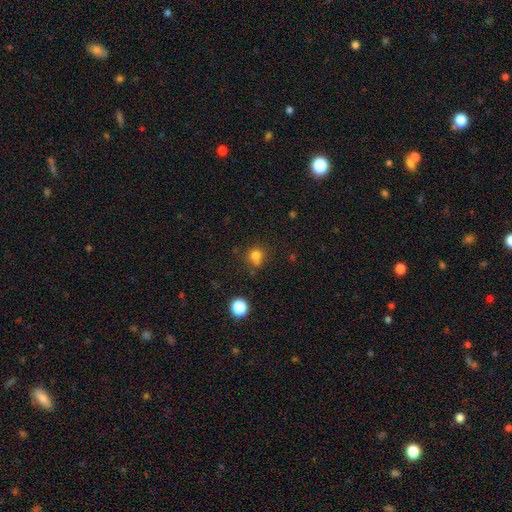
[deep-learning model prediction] smooth_or_featured: smooth (p=0.78) [alt: star or artifact p=0.16]
how_rounded: round (p=0.86) [alt: in between p=0.14]
merging: none (p=0.66) [alt: minor disturbance p=0.16]